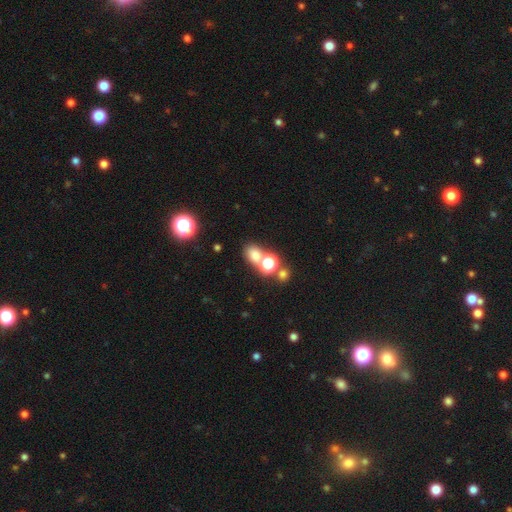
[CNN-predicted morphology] Smooth or featured? Predicted: smooth (p=0.65). How rounded? Predicted: round (p=0.55). Merging? Predicted: none (p=0.50).